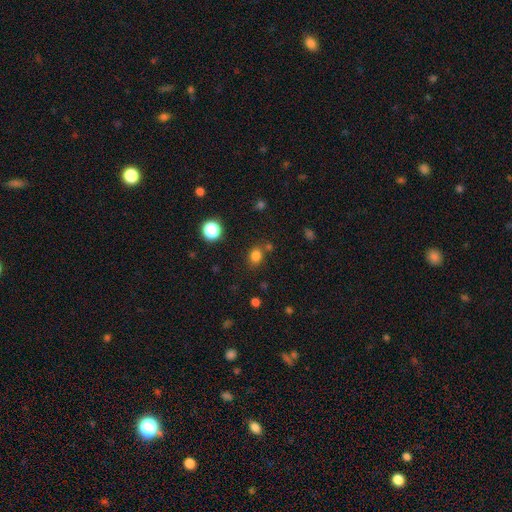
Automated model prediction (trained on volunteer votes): smooth-or-featured: smooth: 79% | star or artifact: 15% | featured or disk: 5%
  how-rounded: round: 56% | in between: 43% | cigar-shaped: 1%
  merging: none: 74% | minor disturbance: 12% | merger: 9% | major disturbance: 4%